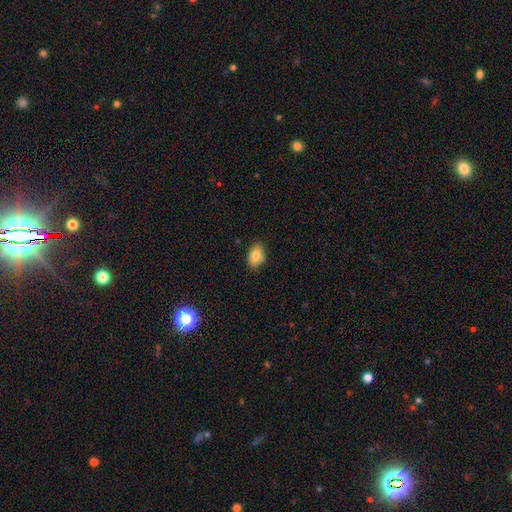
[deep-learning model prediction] Morphology: type=smooth (84%); roundness=in between (85%); merging=none (86%).